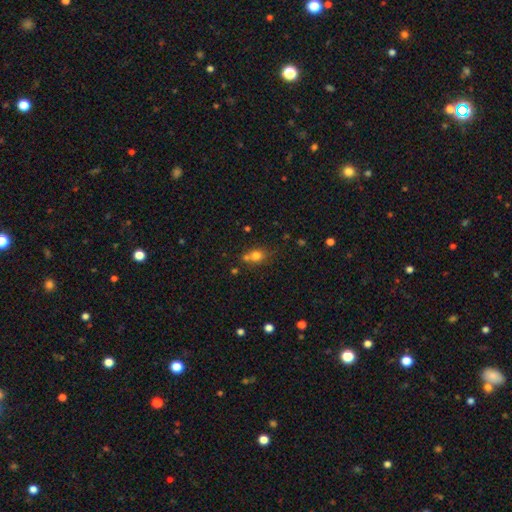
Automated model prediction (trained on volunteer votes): The model was most divided on "merging": none: 53%, merger: 28%, minor disturbance: 14%, major disturbance: 5%. More confident: smooth or featured — smooth (74%); how rounded — round (72%).